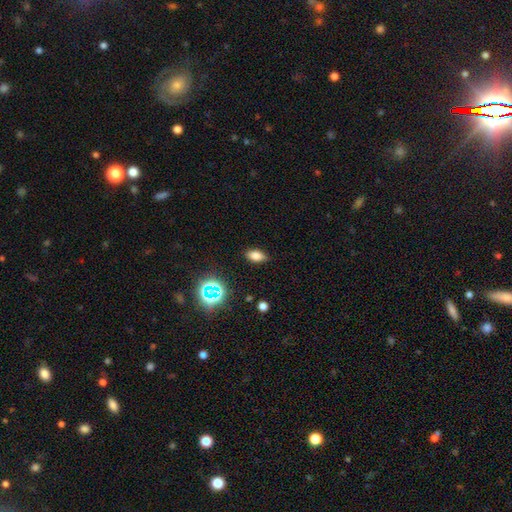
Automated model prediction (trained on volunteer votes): A smooth galaxy with no disk features (75%) that is in between round and cigar-shaped (86%). Merging: none (86%).